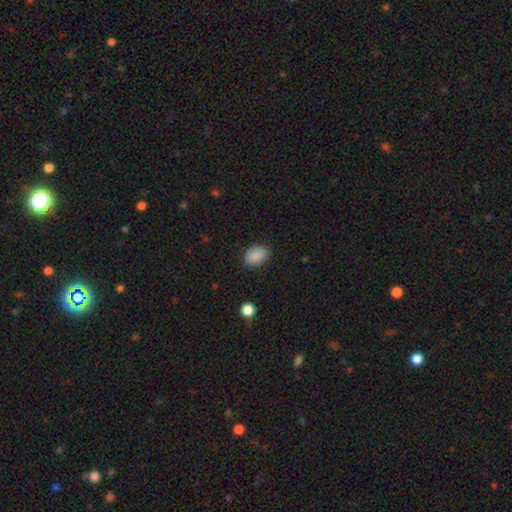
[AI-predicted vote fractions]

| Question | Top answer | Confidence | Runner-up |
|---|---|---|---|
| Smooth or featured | smooth | 89% | star or artifact (8%) |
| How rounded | in between | 74% | round (25%) |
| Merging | none | 85% | minor disturbance (11%) |